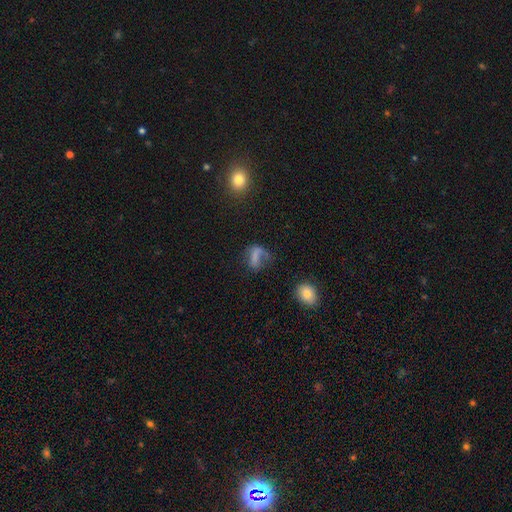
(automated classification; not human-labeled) smooth-or-featured: smooth: 58% | featured or disk: 25% | star or artifact: 17%
  how-rounded: in between: 65% | round: 25% | cigar-shaped: 10%
  merging: major disturbance: 40% | none: 33% | minor disturbance: 19% | merger: 8%